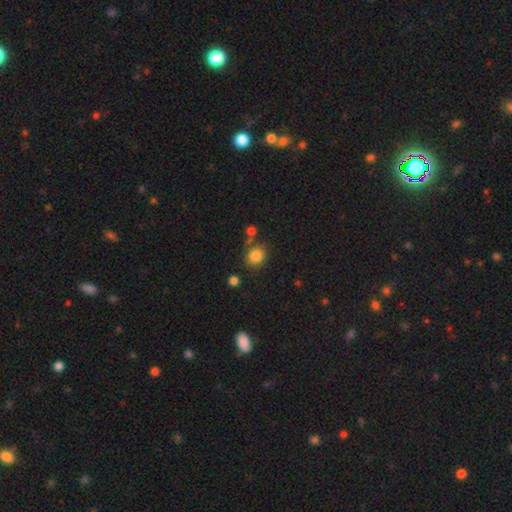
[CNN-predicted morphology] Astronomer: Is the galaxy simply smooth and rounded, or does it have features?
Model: smooth — 83%.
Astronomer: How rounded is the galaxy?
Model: round — 74%.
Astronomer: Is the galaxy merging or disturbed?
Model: none — 73%.